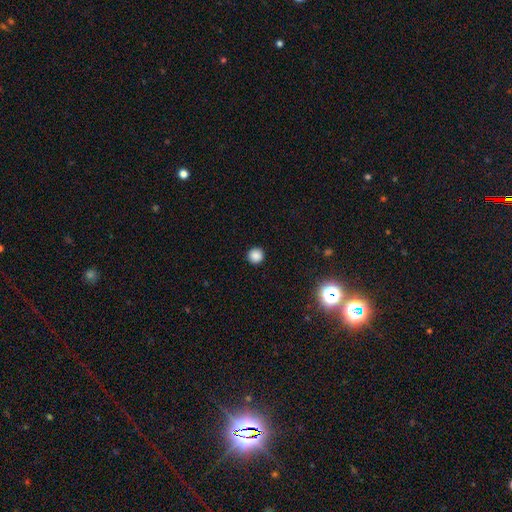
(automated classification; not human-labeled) Smooth or featured? smooth (86%)
How rounded? round (95%)
Merging? none (93%)